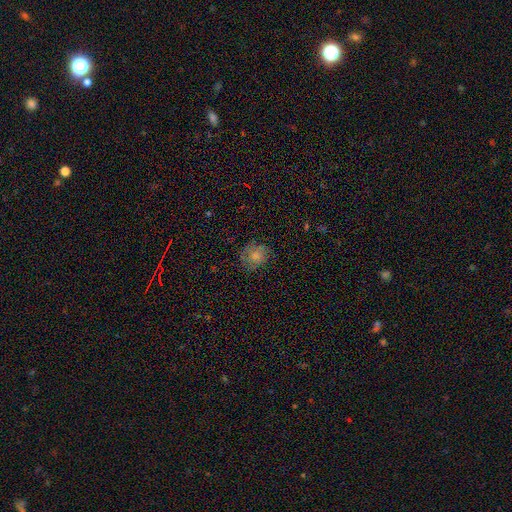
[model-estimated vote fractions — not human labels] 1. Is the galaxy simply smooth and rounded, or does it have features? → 72% smooth, 17% featured or disk, 10% star or artifact.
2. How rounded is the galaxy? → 77% round, 22% in between, 1% cigar-shaped.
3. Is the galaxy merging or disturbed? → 72% none, 19% minor disturbance, 7% major disturbance, 1% merger.